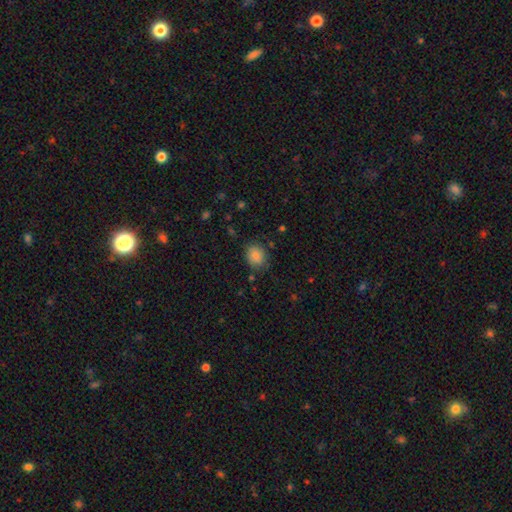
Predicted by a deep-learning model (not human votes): Smooth or featured: smooth — 86% (star or artifact — 9%)
How rounded: round — 54% (in between — 45%)
Merging: none — 79% (minor disturbance — 15%)